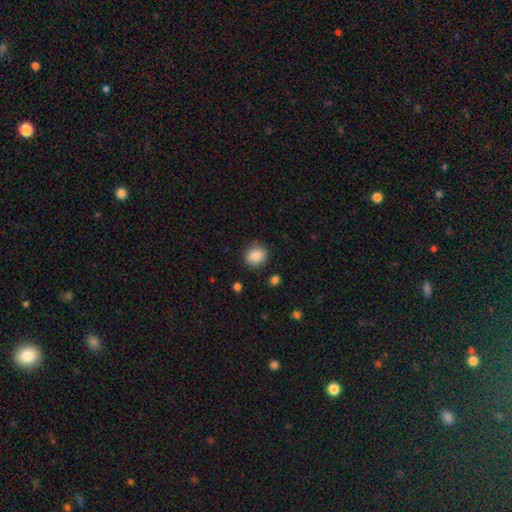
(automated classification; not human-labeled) smooth-or-featured: smooth: 88% | star or artifact: 8% | featured or disk: 4%
  how-rounded: round: 76% | in between: 23% | cigar-shaped: 1%
  merging: none: 87% | minor disturbance: 9% | major disturbance: 3% | merger: 2%